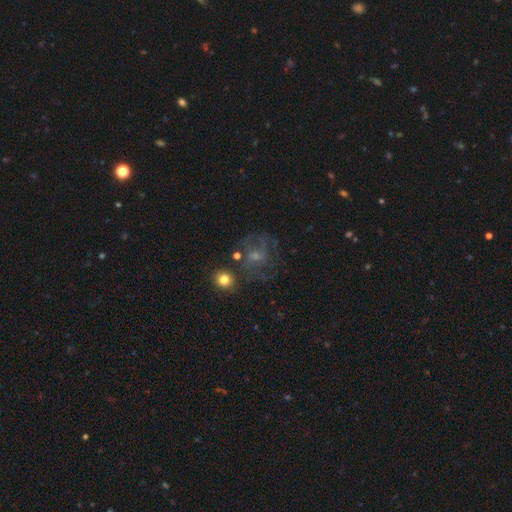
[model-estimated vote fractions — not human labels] A featured or disk galaxy (57%) with no bar (62%), spiral arms (68%) and a small central bulge (55%).

Vote fractions:
- Smooth or featured? featured or disk: 57% / smooth: 28% / star or artifact: 15%
- Edge-on disk? no: 97% / yes: 3%
- Bar? no: 62% / weak: 32% / strong: 6%
- Spiral arms? yes: 68% / no: 32%
- Bulge size? small: 55% / moderate: 29% / none: 12% / large: 3% / dominant: 1%
- Merging? none: 53% / major disturbance: 22% / minor disturbance: 19% / merger: 6%